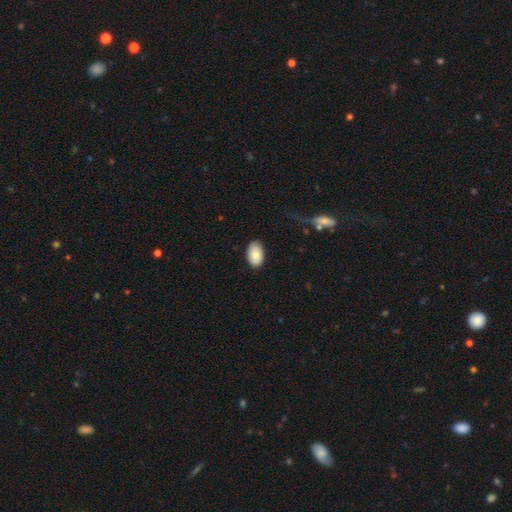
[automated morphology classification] The model was most divided on "merging": none: 79%, minor disturbance: 17%, major disturbance: 3%, merger: 1%. More confident: how rounded — in between (92%); smooth or featured — smooth (79%).